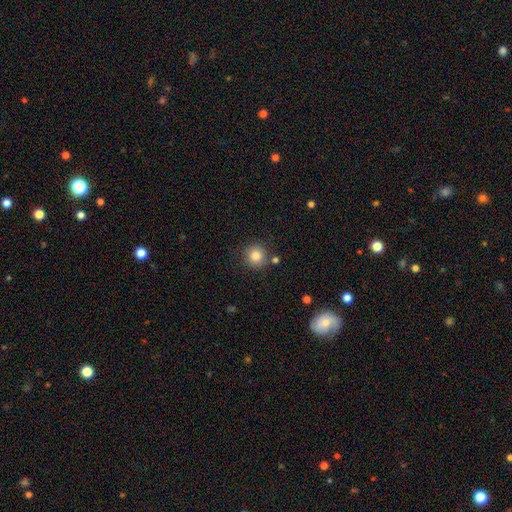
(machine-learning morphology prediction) Overall: smooth (84%). How rounded: round (93%). Merging: none (83%).